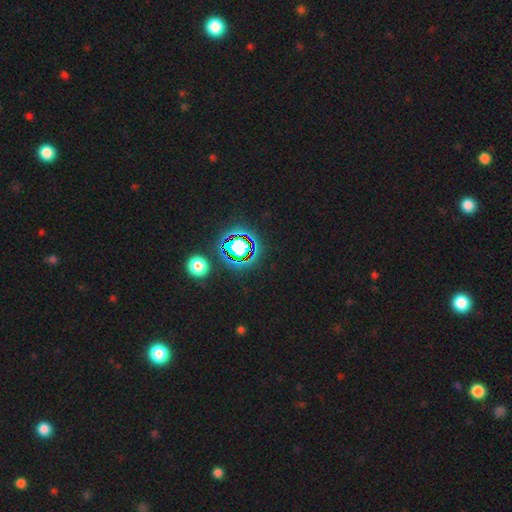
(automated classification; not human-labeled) A star or artifact, not a galaxy (80%).